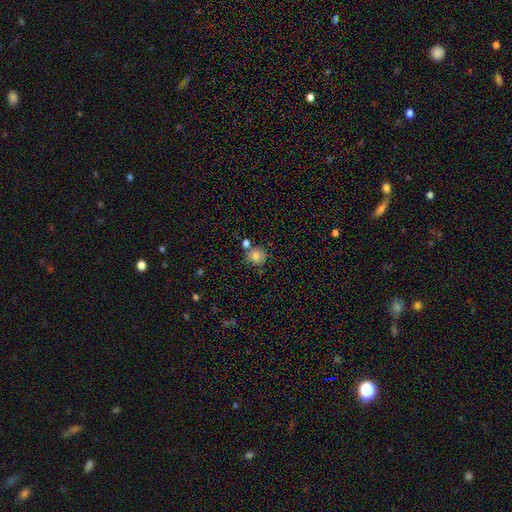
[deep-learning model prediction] Smooth or featured: smooth — 80% (star or artifact — 12%)
How rounded: round — 89% (in between — 10%)
Merging: none — 69% (merger — 14%)